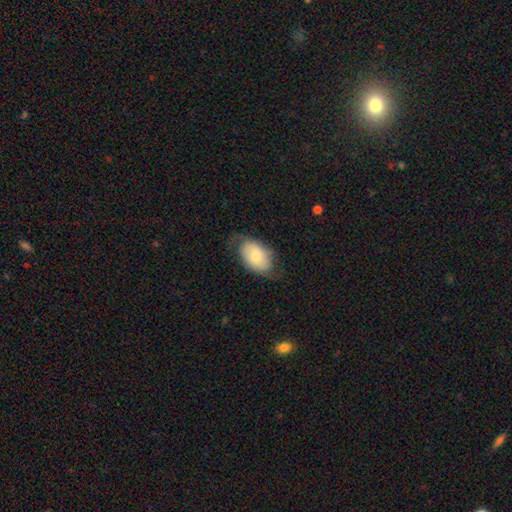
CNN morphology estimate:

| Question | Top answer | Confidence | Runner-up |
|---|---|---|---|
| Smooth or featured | smooth | 58% | featured or disk (35%) |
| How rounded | in between | 88% | round (10%) |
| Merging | none | 59% | minor disturbance (26%) |